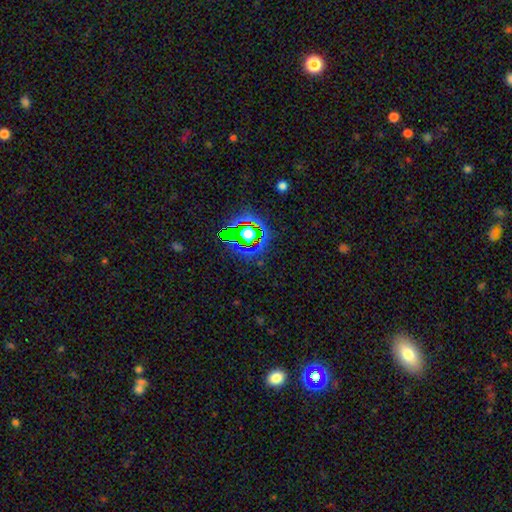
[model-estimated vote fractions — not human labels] smooth-or-featured: star or artifact: 71% | smooth: 17% | featured or disk: 12%